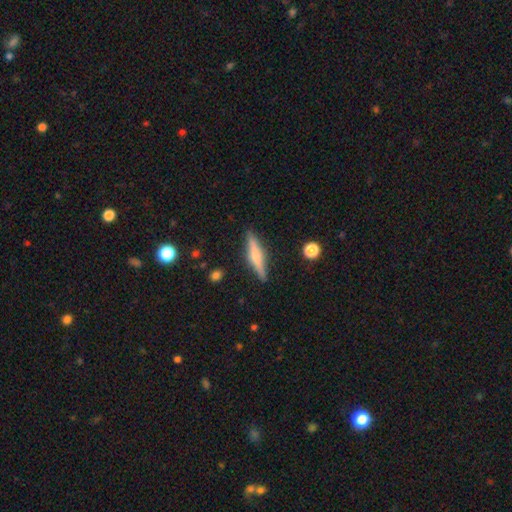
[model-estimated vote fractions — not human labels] Morphology: type=featured or disk (51%); edge-on=yes (96%); merging=none (87%).